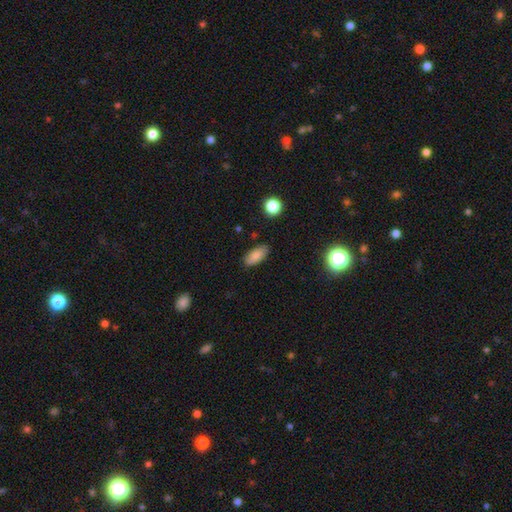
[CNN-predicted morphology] The model was most divided on "merging": none: 84%, minor disturbance: 12%, major disturbance: 2%, merger: 2%. More confident: how rounded — in between (89%); smooth or featured — smooth (83%).